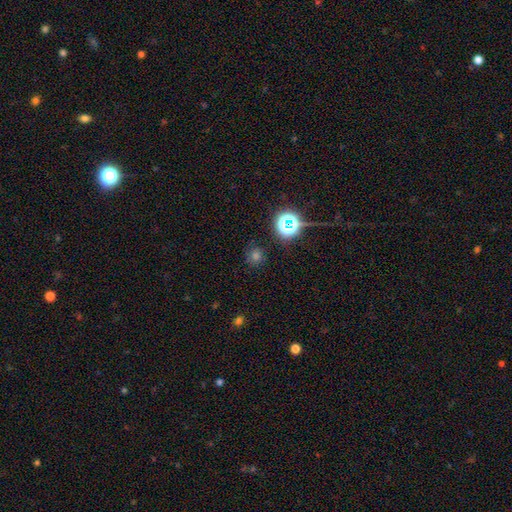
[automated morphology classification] The model was most divided on "smooth or featured": smooth: 56%, star or artifact: 37%, featured or disk: 8%. More confident: how rounded — round (92%); merging — none (87%).